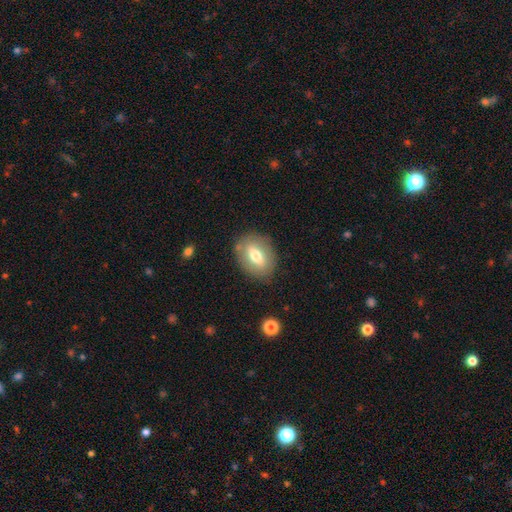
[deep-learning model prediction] This is likely a smooth galaxy (63%). How rounded: likely in between (78%). Merging: clearly none (82%).